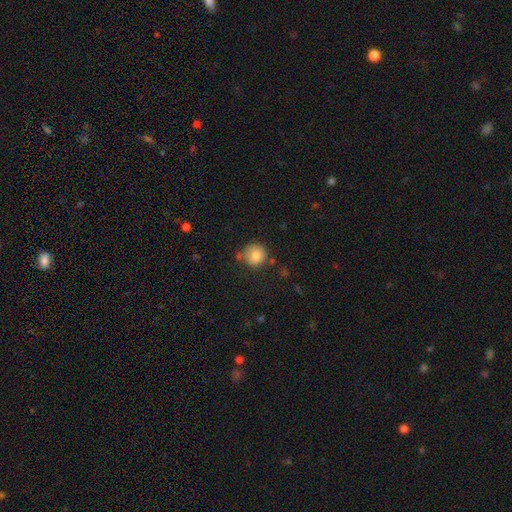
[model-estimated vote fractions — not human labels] smooth-or-featured: smooth: 81% | star or artifact: 10% | featured or disk: 10%
  how-rounded: round: 92% | in between: 8% | cigar-shaped: 1%
  merging: none: 66% | minor disturbance: 20% | merger: 8% | major disturbance: 5%